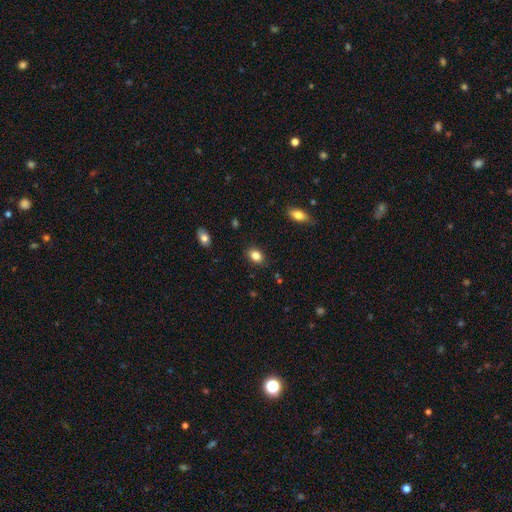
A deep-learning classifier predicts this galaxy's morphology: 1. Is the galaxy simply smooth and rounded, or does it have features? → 84% smooth, 9% star or artifact, 6% featured or disk.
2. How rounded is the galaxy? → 73% in between, 26% round, 1% cigar-shaped.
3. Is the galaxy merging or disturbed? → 85% none, 11% minor disturbance, 3% major disturbance, 1% merger.